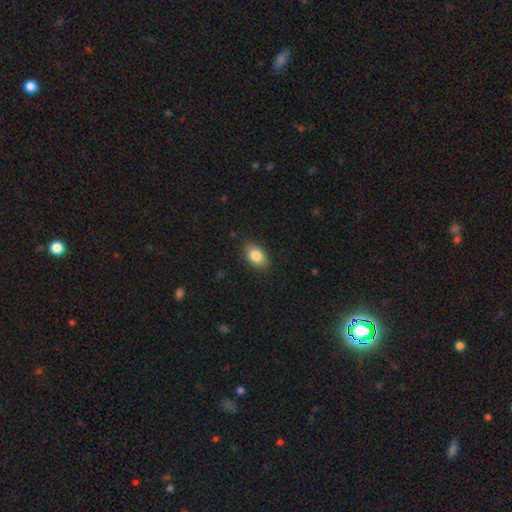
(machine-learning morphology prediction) This appears to be a smooth galaxy with no disk features (85%) that is in between round and cigar-shaped (85%). Merging: none (86%).